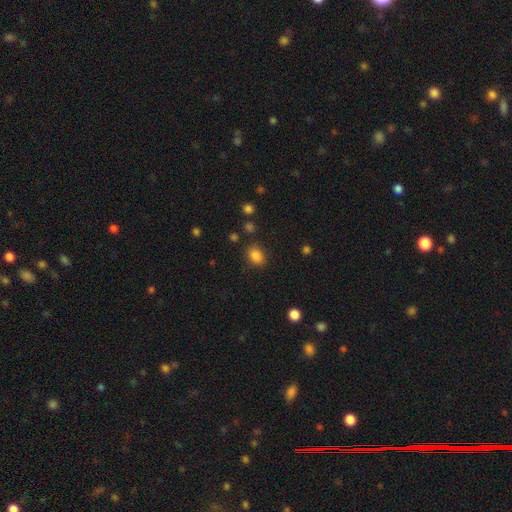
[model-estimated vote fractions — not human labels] This is clearly a smooth galaxy (85%). How rounded: likely in between (69%). Merging: clearly none (82%).